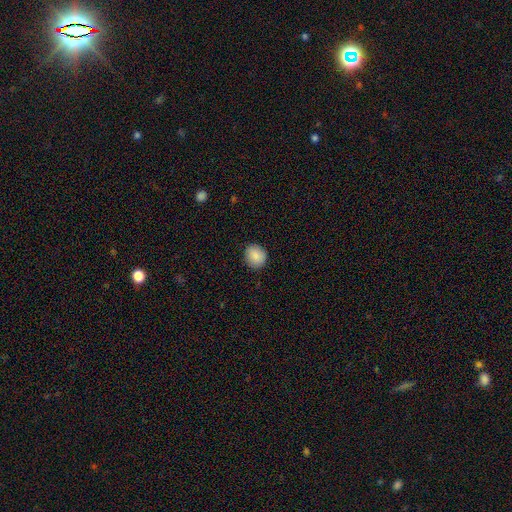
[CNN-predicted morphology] Smooth or featured?
  - smooth: 88% *
  - star or artifact: 8%
  - featured or disk: 4%
How rounded?
  - round: 74% *
  - in between: 25%
  - cigar-shaped: 1%
Merging?
  - none: 87% *
  - minor disturbance: 10%
  - major disturbance: 2%
  - merger: 1%